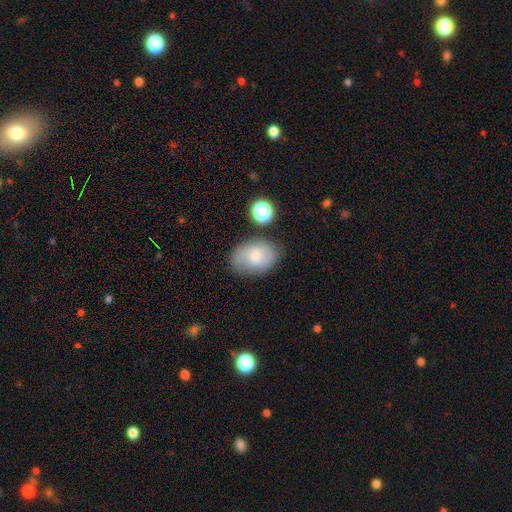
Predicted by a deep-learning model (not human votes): Q: Smooth or featured?
A: smooth (68%); runner-up: featured or disk (23%)
Q: How rounded?
A: in between (77%); runner-up: round (22%)
Q: Merging?
A: none (69%); runner-up: minor disturbance (19%)